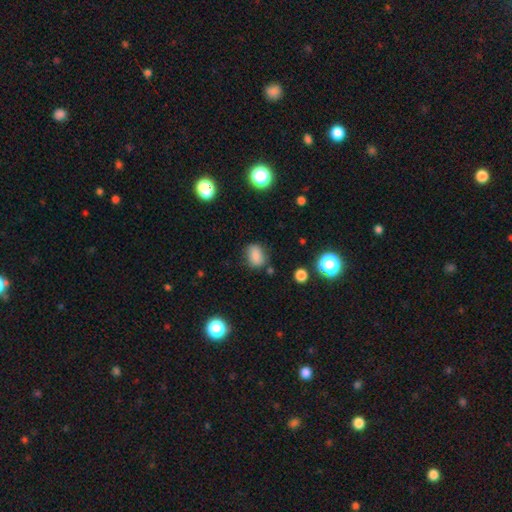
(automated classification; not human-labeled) Smooth or featured?
  - smooth: 82% *
  - star or artifact: 12%
  - featured or disk: 6%
How rounded?
  - in between: 69% *
  - round: 29%
  - cigar-shaped: 2%
Merging?
  - none: 75% *
  - minor disturbance: 17%
  - major disturbance: 4%
  - merger: 4%